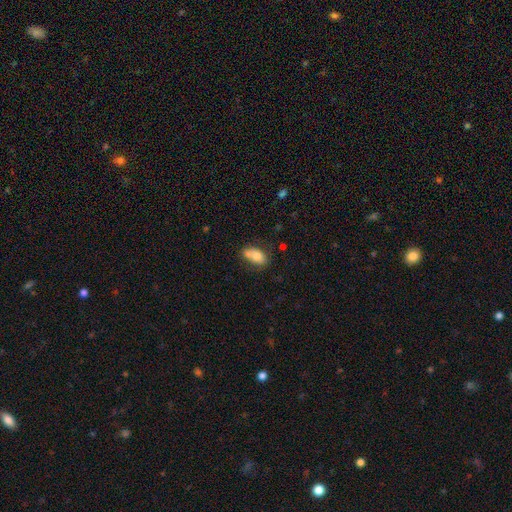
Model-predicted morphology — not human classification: This is likely a smooth galaxy (74%). How rounded: clearly in between (89%). Merging: possibly none (49%).